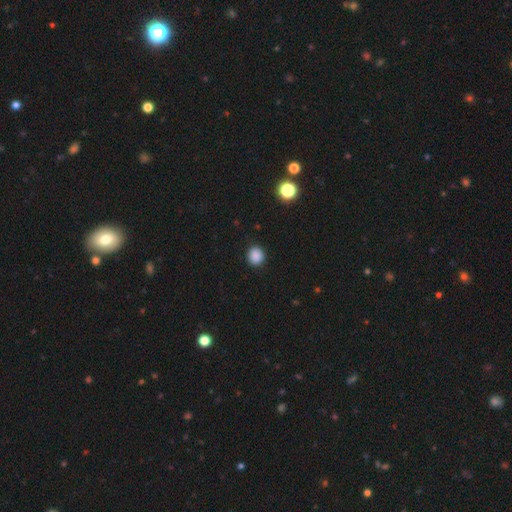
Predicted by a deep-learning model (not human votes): smooth 87%, star or artifact 10%, featured or disk 3%. Down the decision tree: how rounded — round (83%); merging — none (89%).